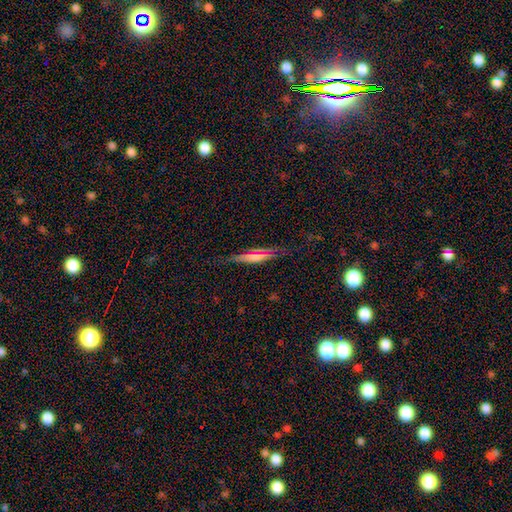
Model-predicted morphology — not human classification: type=smooth (47%); merging=none (78%).